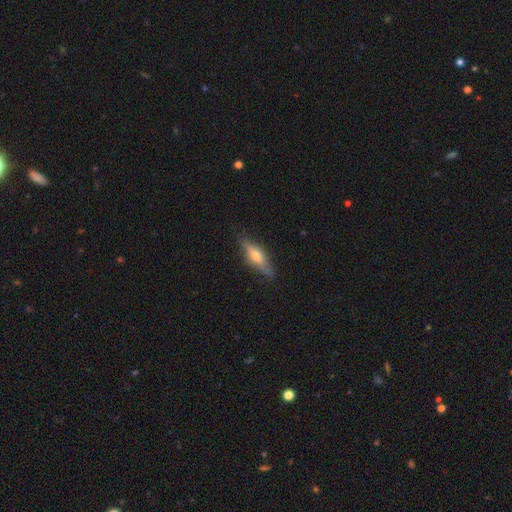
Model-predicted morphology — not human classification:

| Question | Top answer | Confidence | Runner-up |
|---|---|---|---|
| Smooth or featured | featured or disk | 56% | smooth (37%) |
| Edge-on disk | yes | 91% | no (9%) |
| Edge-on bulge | rounded | 88% | boxy (7%) |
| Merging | none | 84% | minor disturbance (13%) |